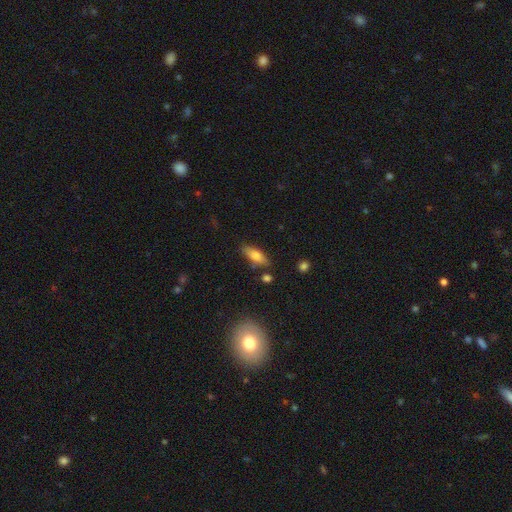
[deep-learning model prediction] smooth 75%, featured or disk 17%, star or artifact 8%. Down the decision tree: how rounded — in between (69%); merging — none (75%).